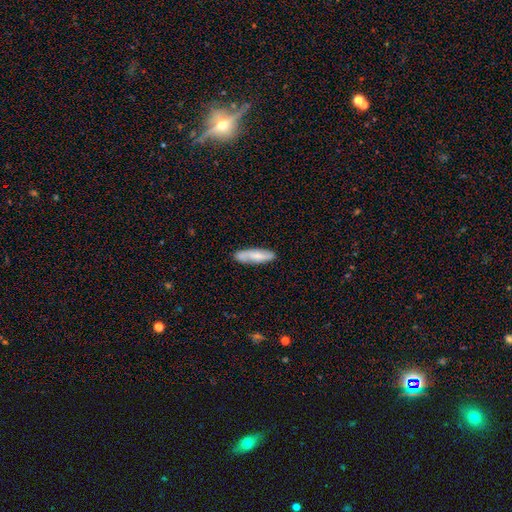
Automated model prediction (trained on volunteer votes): Smooth or featured? Predicted: smooth (p=0.60). How rounded? Predicted: cigar-shaped (p=0.64). Merging? Predicted: none (p=0.81).